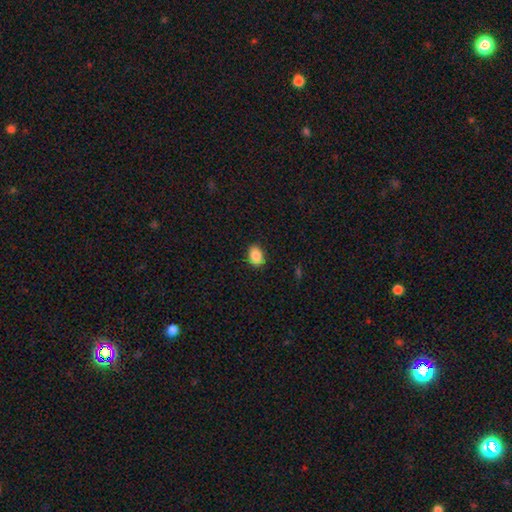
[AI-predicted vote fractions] Smooth or featured? Predicted: smooth (p=0.87). How rounded? Predicted: in between (p=0.79). Merging? Predicted: none (p=0.88).